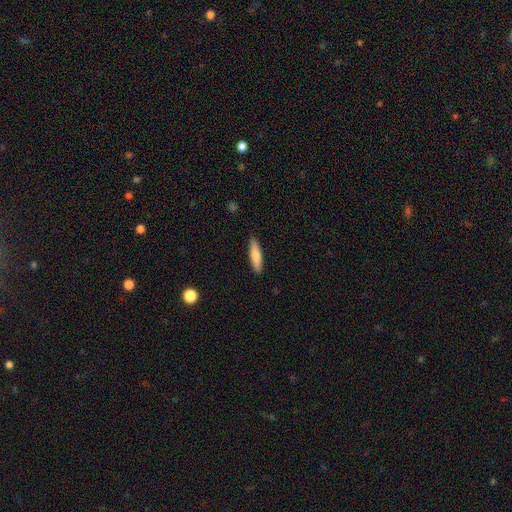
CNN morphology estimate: Overall: smooth (76%). How rounded: cigar-shaped (75%). Merging: none (89%).